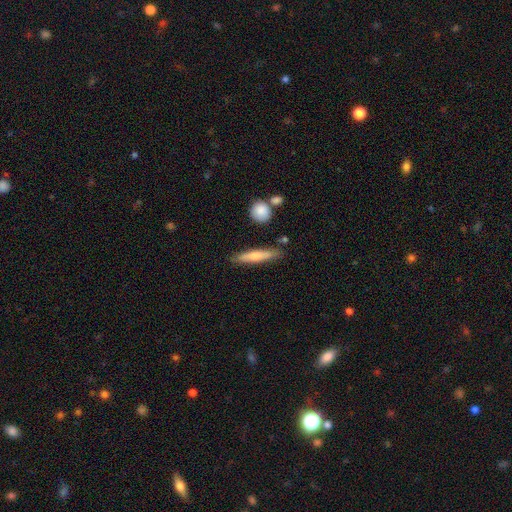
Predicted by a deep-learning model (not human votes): smooth_or_featured: smooth (p=0.63) [alt: featured or disk p=0.32]
how_rounded: cigar-shaped (p=0.86) [alt: in between p=0.12]
merging: none (p=0.82) [alt: minor disturbance p=0.12]